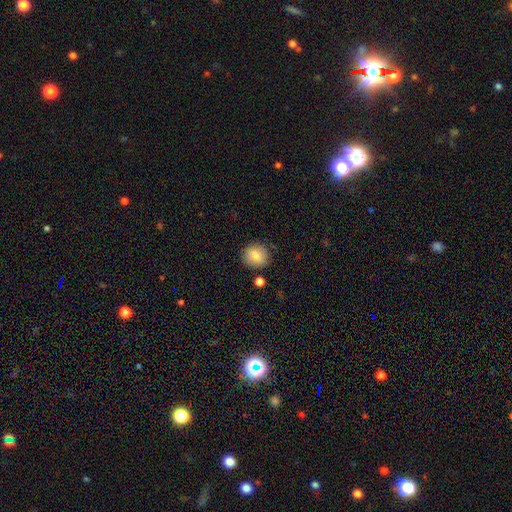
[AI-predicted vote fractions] Smooth or featured? Predicted: smooth (p=0.78). How rounded? Predicted: round (p=0.78). Merging? Predicted: none (p=0.83).